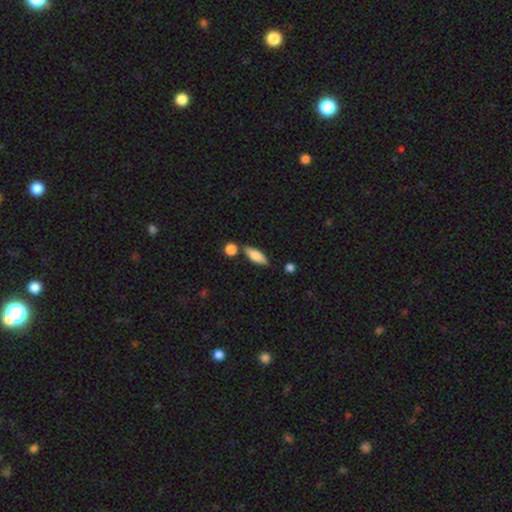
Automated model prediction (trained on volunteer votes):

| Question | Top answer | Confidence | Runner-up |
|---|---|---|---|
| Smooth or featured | smooth | 78% | featured or disk (16%) |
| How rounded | in between | 63% | cigar-shaped (34%) |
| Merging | none | 73% | minor disturbance (13%) |